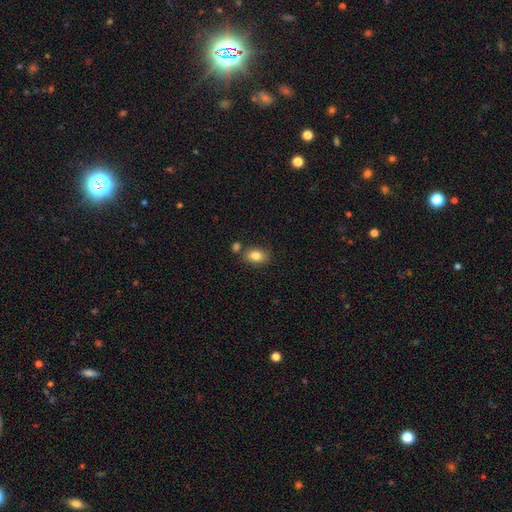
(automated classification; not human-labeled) A smooth galaxy with no disk features (84%) that is in between round and cigar-shaped (81%).

Vote fractions:
- Smooth or featured? smooth: 84% / star or artifact: 9% / featured or disk: 8%
- How rounded? in between: 81% / round: 18% / cigar-shaped: 2%
- Merging? none: 71% / merger: 13% / minor disturbance: 13% / major disturbance: 3%